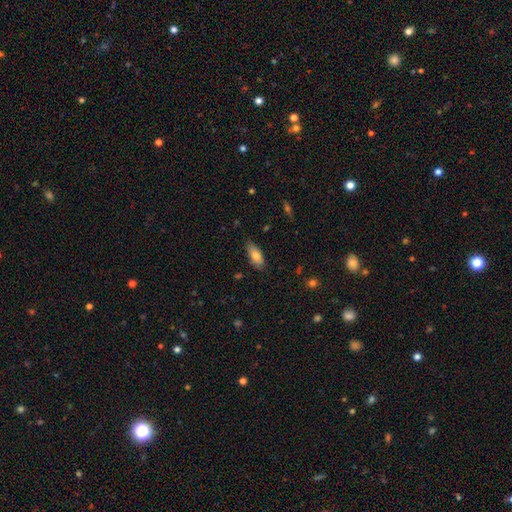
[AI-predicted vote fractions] This appears to be a smooth galaxy with no disk features (75%) that is in between round and cigar-shaped (81%). Merging: none (78%).